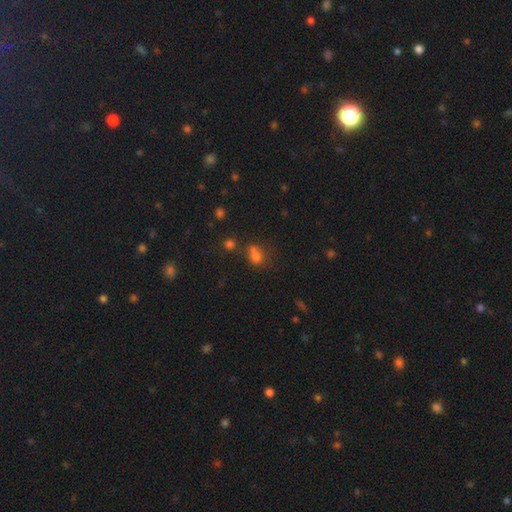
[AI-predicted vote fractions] Q: Smooth or featured?
A: smooth (70%); runner-up: star or artifact (20%)
Q: How rounded?
A: round (60%); runner-up: in between (38%)
Q: Merging?
A: none (39%); tied with: merger (39%)